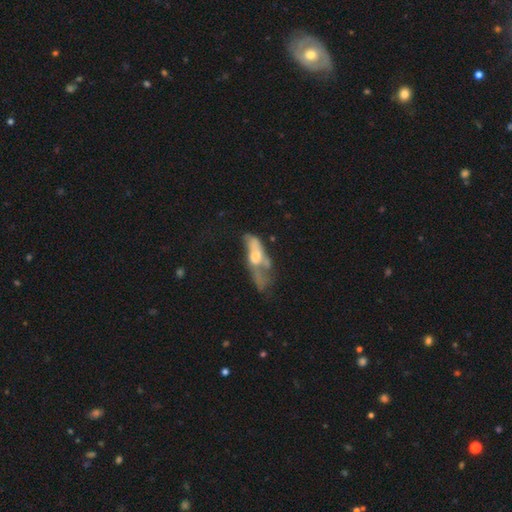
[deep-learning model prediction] A featured or disk galaxy (55%).

Vote fractions:
- Smooth or featured? featured or disk: 55% / smooth: 36% / star or artifact: 9%
- Edge-on disk? no: 75% / yes: 25%
- Merging? major disturbance: 45% / none: 20% / minor disturbance: 19% / merger: 16%